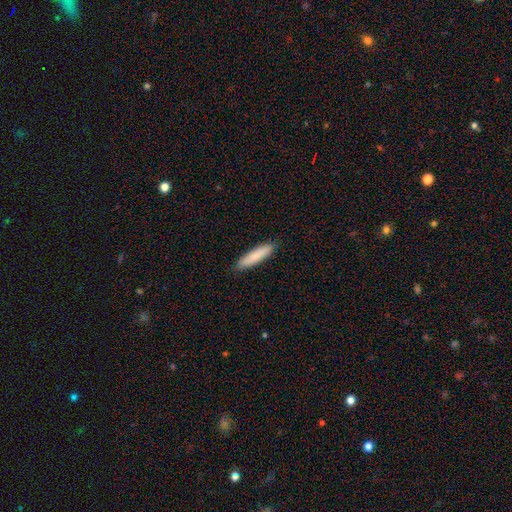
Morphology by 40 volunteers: Q: Smooth or featured?
A: smooth (88%); runner-up: star or artifact (8%)
Q: How rounded?
A: cigar-shaped (91%); runner-up: in between (9%)
Q: Merging?
A: none (95%); runner-up: minor disturbance (5%)